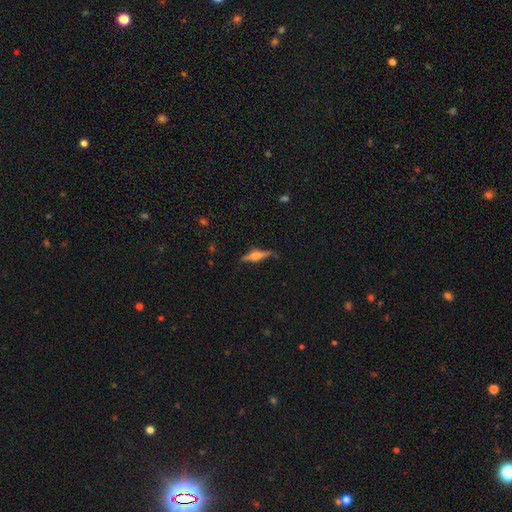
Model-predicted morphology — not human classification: Q: Smooth or featured?
A: featured or disk (69%); runner-up: smooth (24%)
Q: Edge-on disk?
A: yes (97%); runner-up: no (3%)
Q: Edge-on bulge?
A: rounded (85%); runner-up: boxy (12%)
Q: Merging?
A: none (81%); runner-up: minor disturbance (14%)